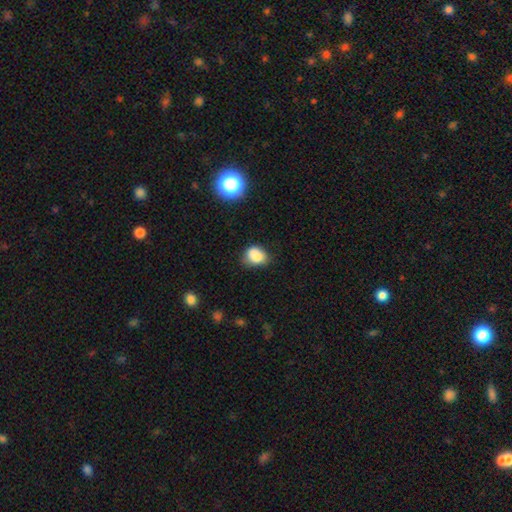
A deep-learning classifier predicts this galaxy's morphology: smooth_or_featured: smooth (p=0.82) [alt: star or artifact p=0.11]
how_rounded: in between (p=0.51) [alt: round p=0.48]
merging: none (p=0.53) [alt: minor disturbance p=0.31]